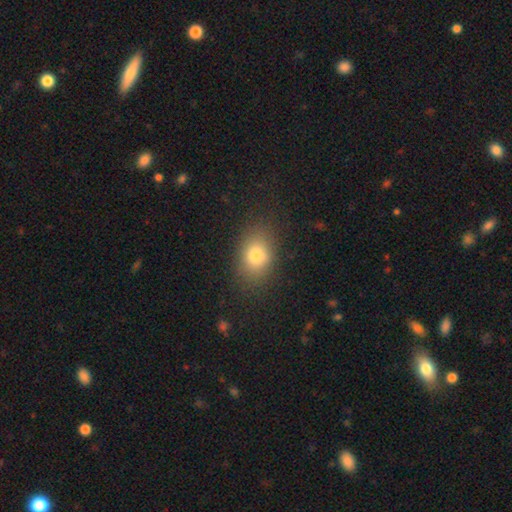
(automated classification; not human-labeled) smooth-or-featured: smooth: 79% | star or artifact: 11% | featured or disk: 10%
  how-rounded: in between: 74% | round: 24% | cigar-shaped: 2%
  merging: none: 84% | minor disturbance: 11% | major disturbance: 4% | merger: 1%